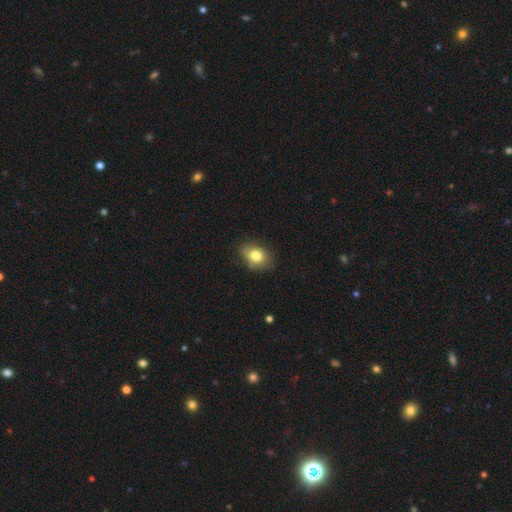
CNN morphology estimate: The model was most divided on "how rounded": in between: 70%, round: 29%, cigar-shaped: 1%. More confident: smooth or featured — smooth (81%); merging — none (80%).